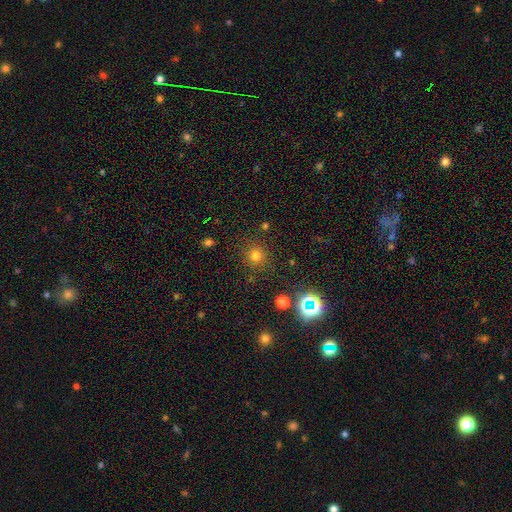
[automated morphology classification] This appears to be a smooth galaxy with no disk features (74%) that is round (93%). Merging: none (86%).